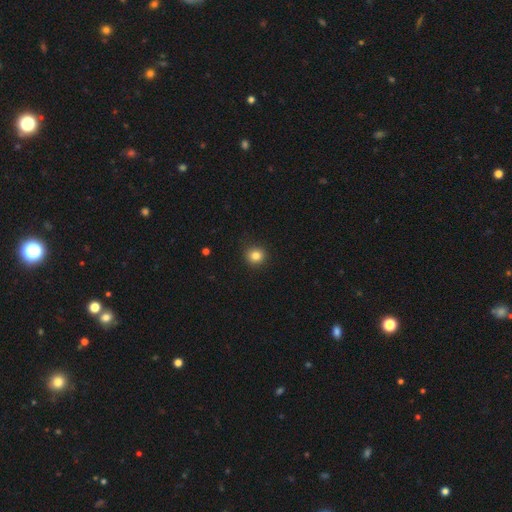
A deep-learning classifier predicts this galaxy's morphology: A smooth galaxy with no disk features (83%) that is round (89%).

Vote fractions:
- Smooth or featured? smooth: 83% / star or artifact: 12% / featured or disk: 5%
- How rounded? round: 89% / in between: 10% / cigar-shaped: 1%
- Merging? none: 90% / minor disturbance: 7% / major disturbance: 2% / merger: 1%